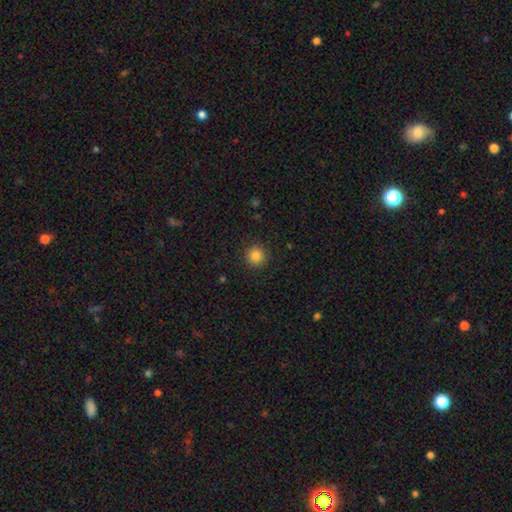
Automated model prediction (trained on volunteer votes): This appears to be a smooth galaxy with no disk features (84%) that is round (95%). Merging: none (92%).